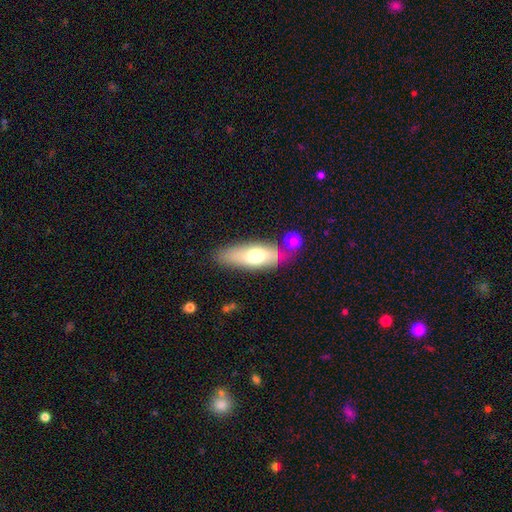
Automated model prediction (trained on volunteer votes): Morphology: type=smooth (63%); roundness=in between (62%); merging=none (62%).